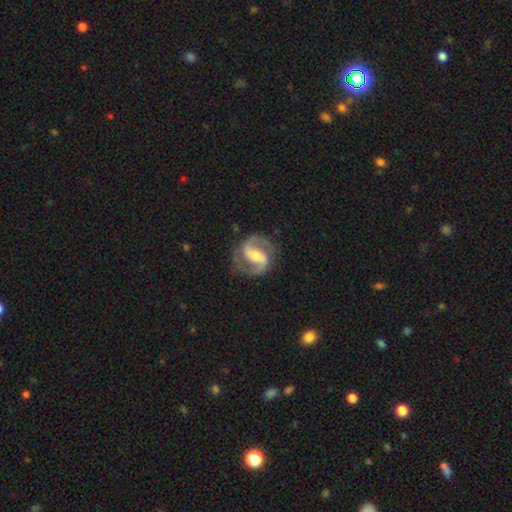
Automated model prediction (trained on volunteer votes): Smooth or featured?
  - featured or disk: 91% *
  - smooth: 5%
  - star or artifact: 4%
Edge-on disk?
  - no: 98% *
  - yes: 2%
Bar?
  - strong: 42% *
  - weak: 37%
  - no: 20%
Spiral arms?
  - yes: 97% *
  - no: 3%
Spiral winding?
  - medium: 59% *
  - loose: 21%
  - tight: 20%
Spiral arm count?
  - 2: 94% *
  - can't tell: 2%
  - 1: 1%
  - 3: 1%
  - 4: 1%
  - more than 4: 1%
Bulge size?
  - moderate: 53% *
  - small: 37%
  - large: 5%
  - none: 3%
  - dominant: 1%
Merging?
  - none: 83% *
  - minor disturbance: 11%
  - major disturbance: 5%
  - merger: 1%